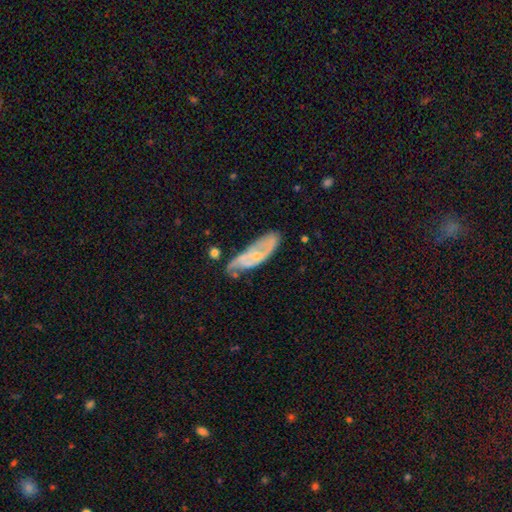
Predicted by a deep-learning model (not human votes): Q: Smooth or featured?
A: featured or disk (68%); runner-up: smooth (25%)
Q: Edge-on disk?
A: no (81%); runner-up: yes (19%)
Q: Bar?
A: no (63%); runner-up: weak (29%)
Q: Spiral arms?
A: yes (76%); runner-up: no (24%)
Q: Bulge size?
A: small (66%); runner-up: moderate (28%)
Q: Merging?
A: none (51%); runner-up: minor disturbance (31%)